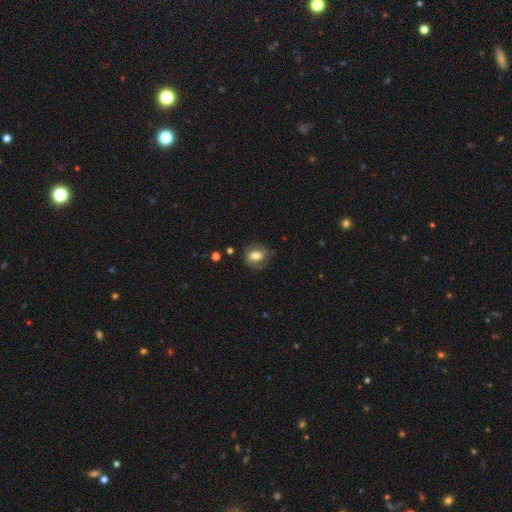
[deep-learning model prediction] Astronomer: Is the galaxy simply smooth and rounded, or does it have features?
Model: smooth — 53% (runner-up: featured or disk, 39%).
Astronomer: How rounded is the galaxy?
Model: in between — 59% (runner-up: round, 39%).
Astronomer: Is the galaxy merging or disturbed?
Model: none — 70%.